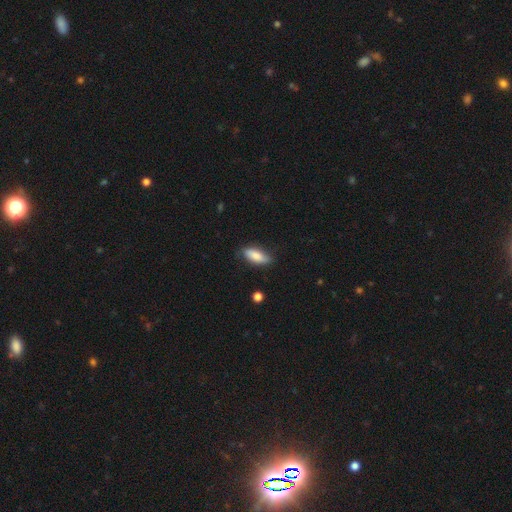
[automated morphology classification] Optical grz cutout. It shows a smooth galaxy with no disk features (77%) that is in between round and cigar-shaped (75%). Merging: none (73%).